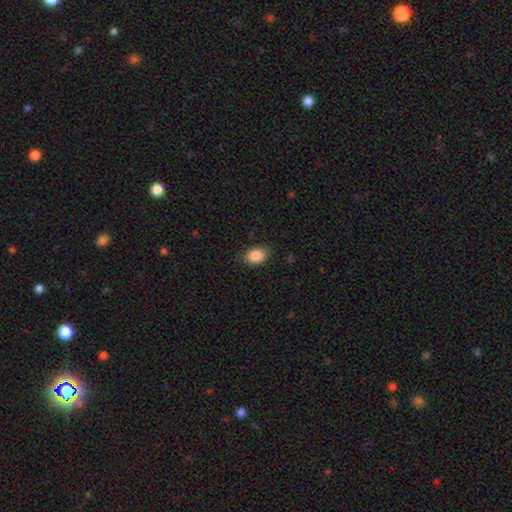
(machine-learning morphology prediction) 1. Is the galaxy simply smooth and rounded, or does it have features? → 88% smooth, 8% star or artifact, 4% featured or disk.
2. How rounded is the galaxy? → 73% in between, 26% round, 1% cigar-shaped.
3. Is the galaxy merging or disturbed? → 83% none, 14% minor disturbance, 3% major disturbance, 1% merger.